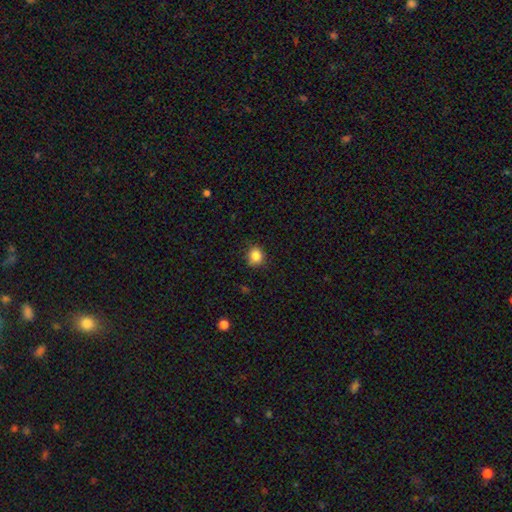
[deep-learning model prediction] The model was most divided on "how rounded": round: 75%, in between: 24%, cigar-shaped: 1%. More confident: smooth or featured — smooth (85%); merging — none (78%).